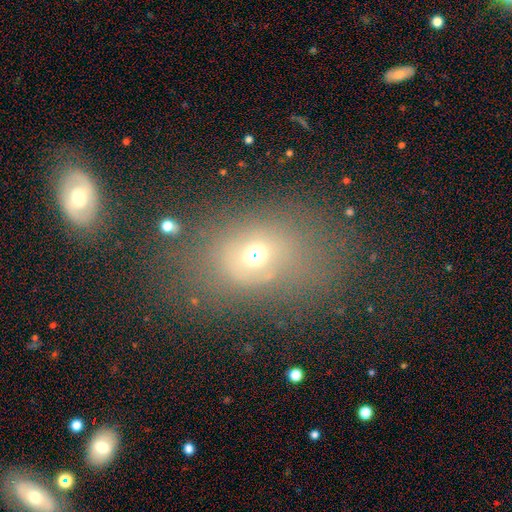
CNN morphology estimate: This appears to be a smooth galaxy with no disk features (58%) that is in between round and cigar-shaped (68%). Merging: none (53%).